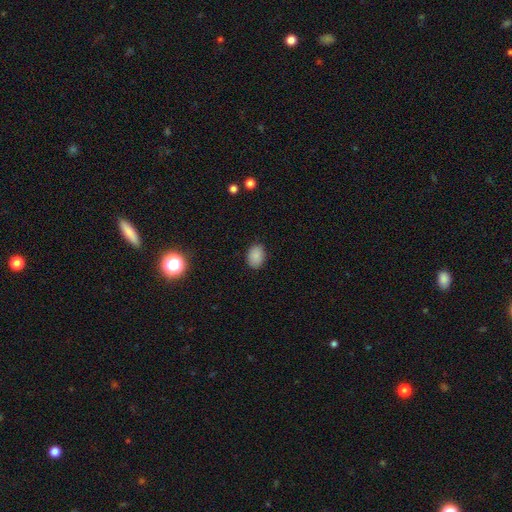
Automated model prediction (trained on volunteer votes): smooth-or-featured: smooth: 88% | star or artifact: 9% | featured or disk: 4%
  how-rounded: in between: 76% | round: 23% | cigar-shaped: 1%
  merging: none: 87% | minor disturbance: 10% | major disturbance: 2% | merger: 1%